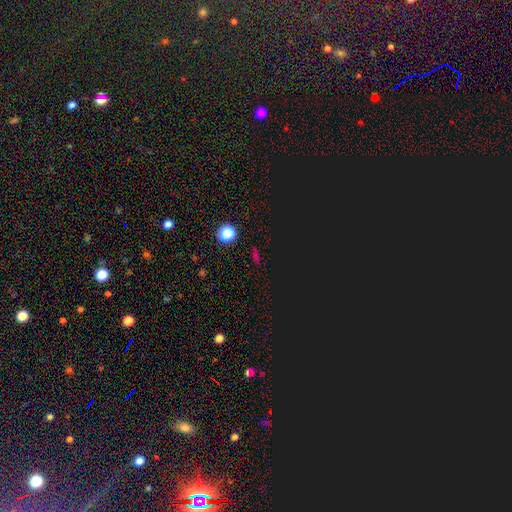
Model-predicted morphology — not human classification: A star or artifact, not a galaxy (64%).

Vote fractions:
- Smooth or featured? star or artifact: 64% / smooth: 28% / featured or disk: 8%